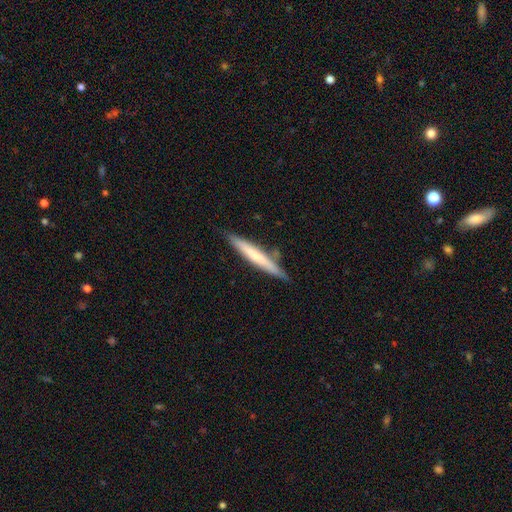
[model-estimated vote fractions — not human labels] Smooth or featured? smooth (56%)
How rounded? cigar-shaped (95%)
Merging? none (82%)